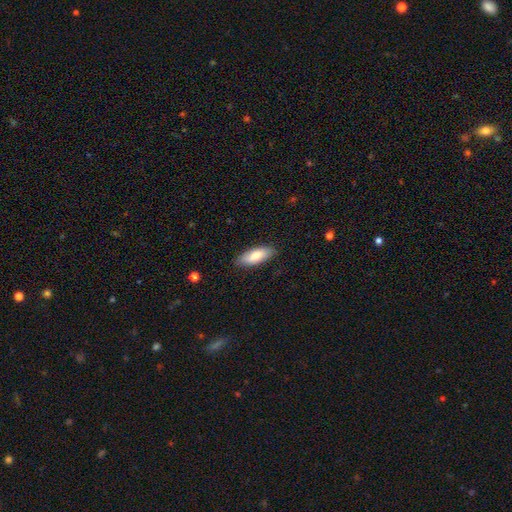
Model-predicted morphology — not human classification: Overall: smooth (74%). How rounded: in between (78%). Merging: none (86%).